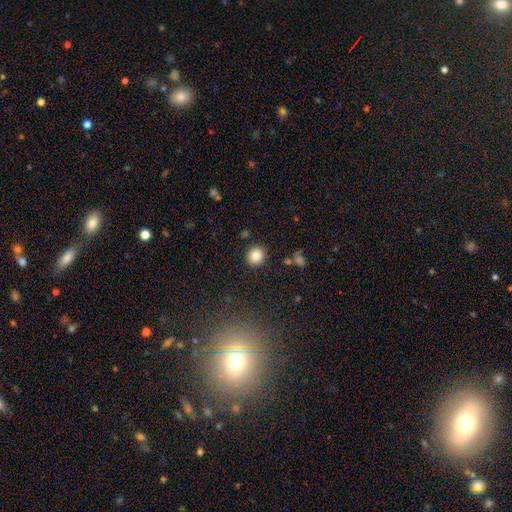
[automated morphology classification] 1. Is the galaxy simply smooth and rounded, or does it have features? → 84% smooth, 10% star or artifact, 5% featured or disk.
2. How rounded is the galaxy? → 85% round, 14% in between, 1% cigar-shaped.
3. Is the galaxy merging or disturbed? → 89% none, 7% minor disturbance, 2% major disturbance, 2% merger.